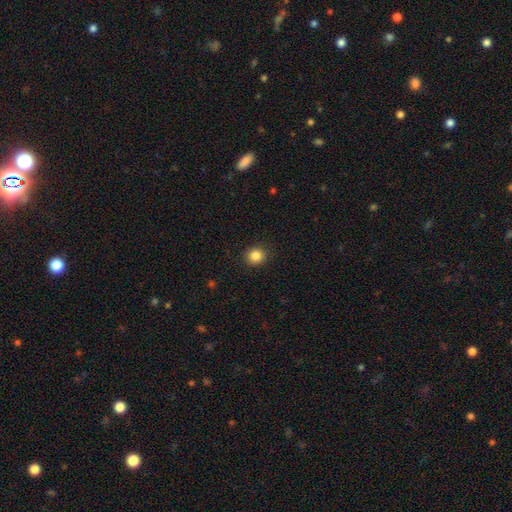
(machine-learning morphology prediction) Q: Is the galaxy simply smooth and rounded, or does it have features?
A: smooth — 86%.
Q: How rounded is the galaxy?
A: round — 85%.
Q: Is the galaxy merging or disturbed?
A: none — 91%.